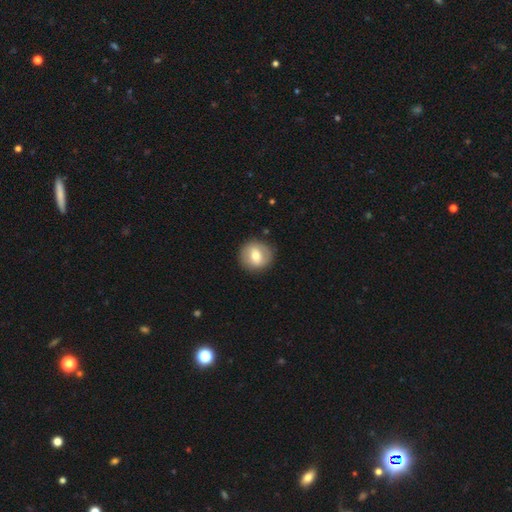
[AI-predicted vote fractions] The model was most divided on "smooth or featured": smooth: 60%, featured or disk: 33%, star or artifact: 7%. More confident: how rounded — round (89%); merging — none (88%).